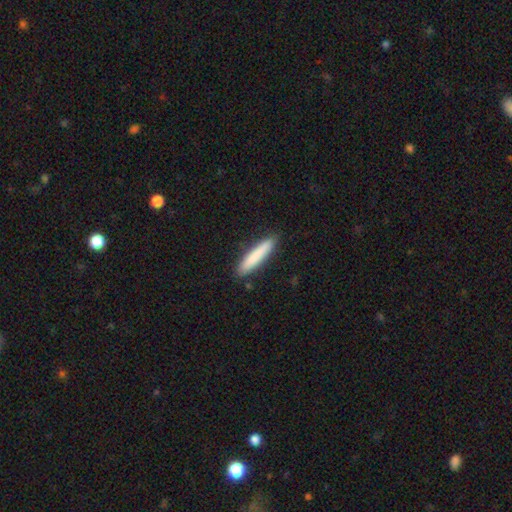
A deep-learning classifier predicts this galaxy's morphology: The model was most divided on "smooth or featured": smooth: 81%, featured or disk: 13%, star or artifact: 6%. More confident: how rounded — cigar-shaped (91%); merging — none (88%).